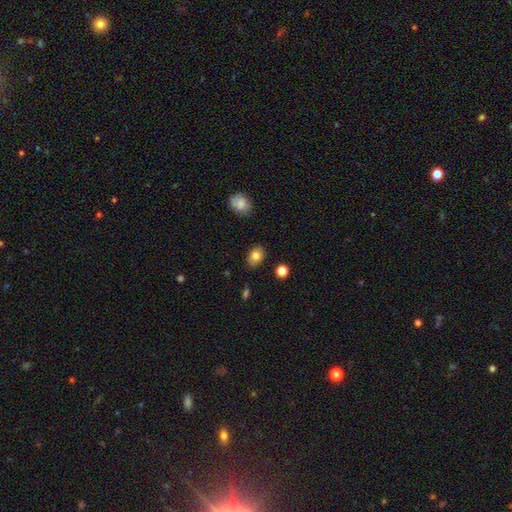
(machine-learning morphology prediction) Smooth or featured: smooth — 82% (star or artifact — 9%)
How rounded: in between — 73% (round — 26%)
Merging: none — 84% (minor disturbance — 12%)